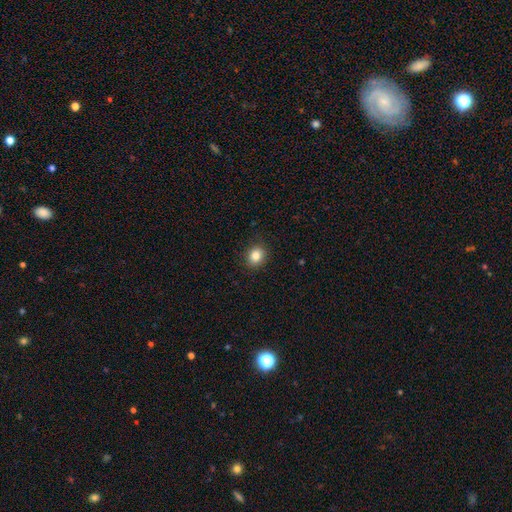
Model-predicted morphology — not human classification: type=smooth (84%); roundness=round (66%); merging=none (89%).